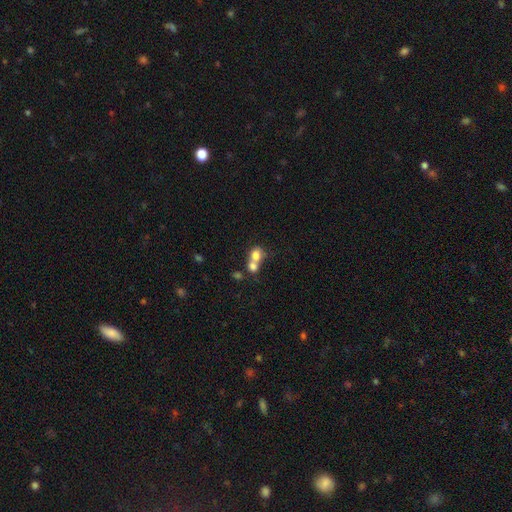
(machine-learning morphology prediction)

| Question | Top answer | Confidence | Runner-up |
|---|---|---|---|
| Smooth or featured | smooth | 74% | featured or disk (16%) |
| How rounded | round | 63% | in between (35%) |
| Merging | merger | 68% | none (22%) |